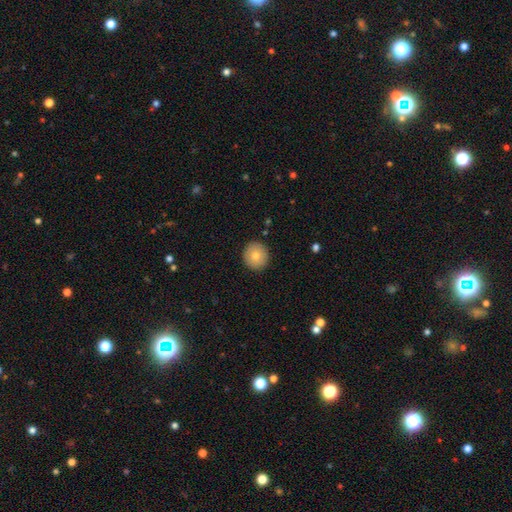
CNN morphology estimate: Overall: smooth (78%). How rounded: round (92%). Merging: none (91%).